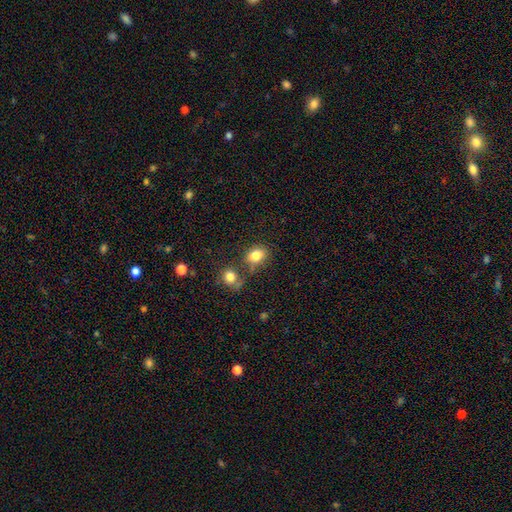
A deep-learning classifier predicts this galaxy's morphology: Smooth or featured: smooth — 81% (star or artifact — 11%)
How rounded: in between — 59% (round — 40%)
Merging: none — 64% (merger — 17%)